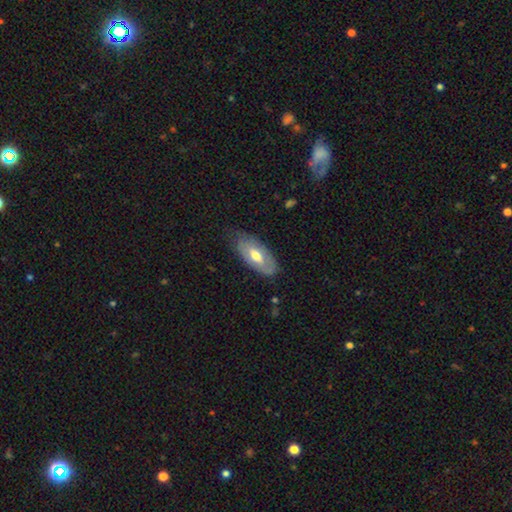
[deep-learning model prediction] Morphology: type=smooth (51%); roundness=in between (88%); merging=none (67%).